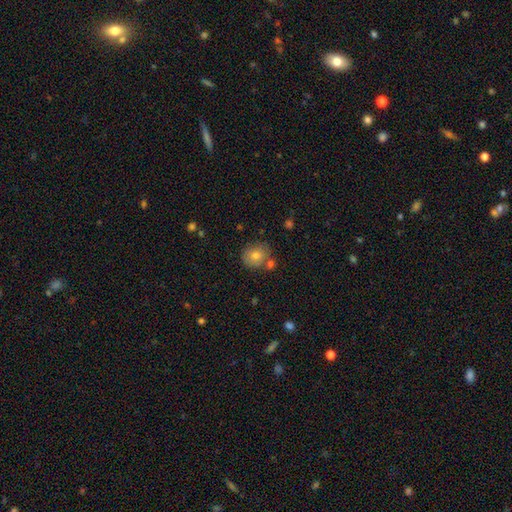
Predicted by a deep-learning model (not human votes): Smooth or featured? smooth (73%)
How rounded? round (86%)
Merging? none (73%)